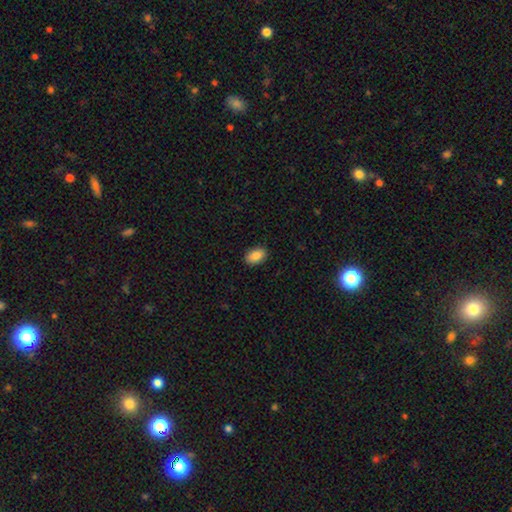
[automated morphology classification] Overall: smooth (87%). How rounded: in between (91%). Merging: none (90%).